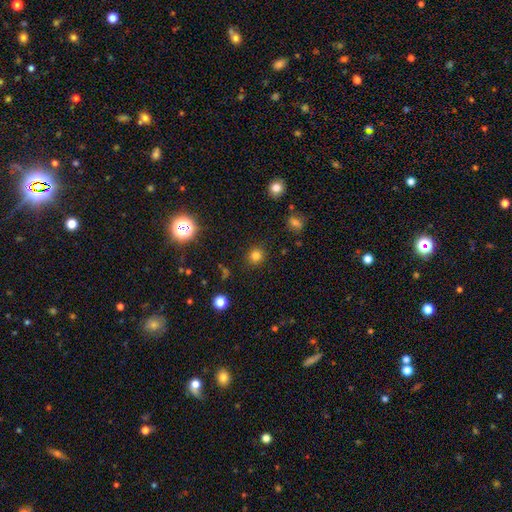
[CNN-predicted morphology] smooth_or_featured: smooth (p=0.79) [alt: star or artifact p=0.16]
how_rounded: round (p=0.88) [alt: in between p=0.11]
merging: none (p=0.89) [alt: minor disturbance p=0.07]